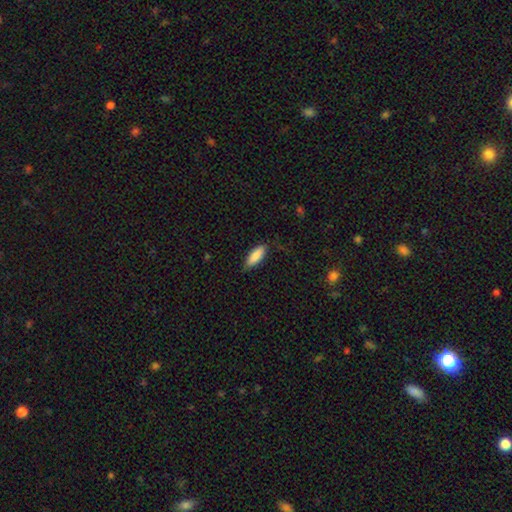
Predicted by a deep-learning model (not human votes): This is clearly a smooth galaxy (86%). How rounded: likely in between (64%). Merging: likely none (78%).